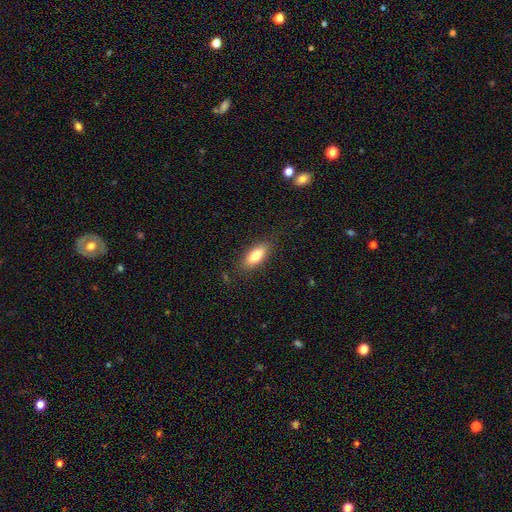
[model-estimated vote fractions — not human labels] Smooth or featured?
  - smooth: 76% *
  - featured or disk: 17%
  - star or artifact: 7%
How rounded?
  - in between: 74% *
  - cigar-shaped: 24%
  - round: 3%
Merging?
  - none: 85% *
  - minor disturbance: 11%
  - major disturbance: 3%
  - merger: 1%